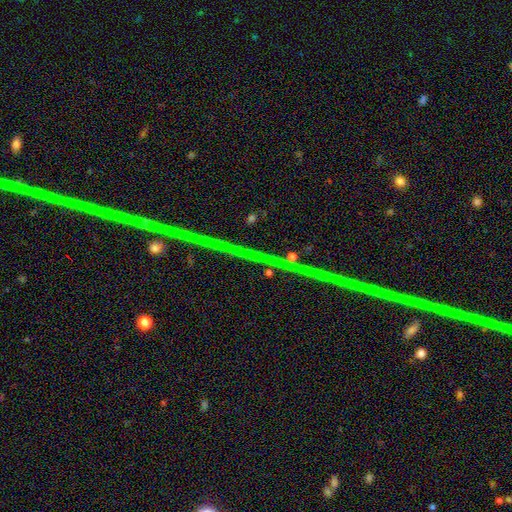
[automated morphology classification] The model was most divided on "smooth or featured": star or artifact: 75%, featured or disk: 16%, smooth: 10%.